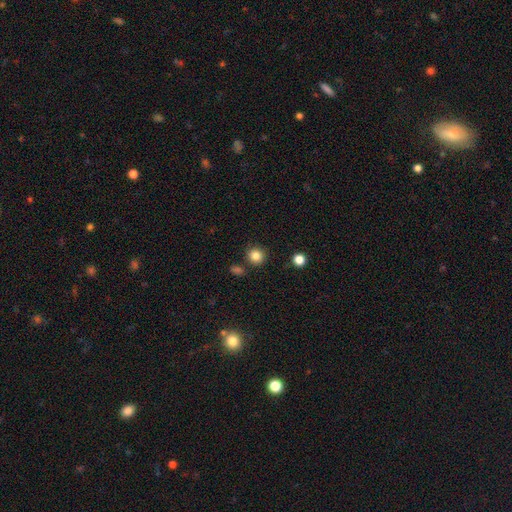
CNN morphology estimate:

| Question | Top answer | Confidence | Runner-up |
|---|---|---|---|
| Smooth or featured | smooth | 84% | star or artifact (11%) |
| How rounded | round | 92% | in between (8%) |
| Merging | none | 87% | minor disturbance (7%) |